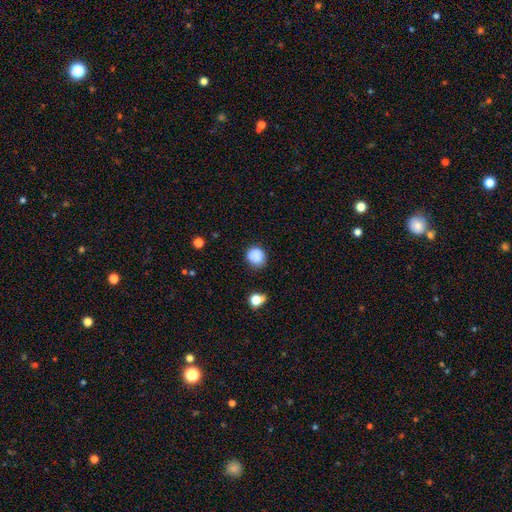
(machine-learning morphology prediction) This is clearly a smooth galaxy (83%). How rounded: clearly round (80%). Merging: likely none (72%).